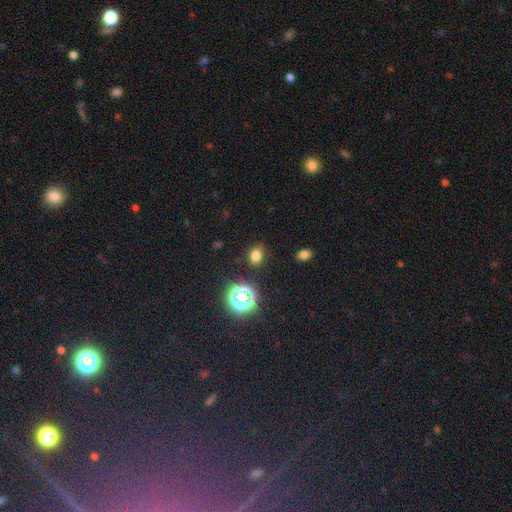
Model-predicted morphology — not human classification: Smooth or featured: smooth — 73% (star or artifact — 21%)
How rounded: in between — 57% (round — 42%)
Merging: none — 82% (minor disturbance — 12%)